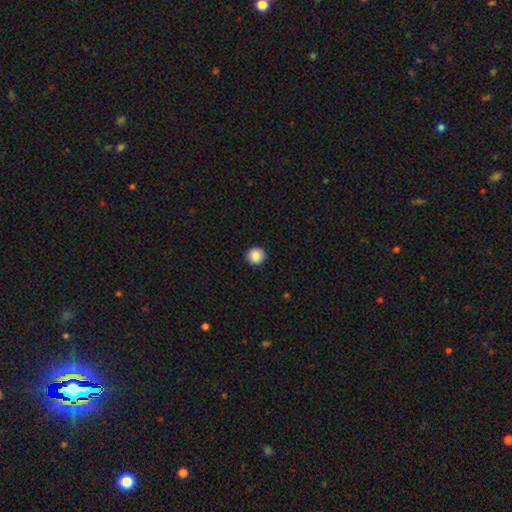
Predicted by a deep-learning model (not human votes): A smooth galaxy with no disk features (88%) that is round (91%). Merging: none (91%).